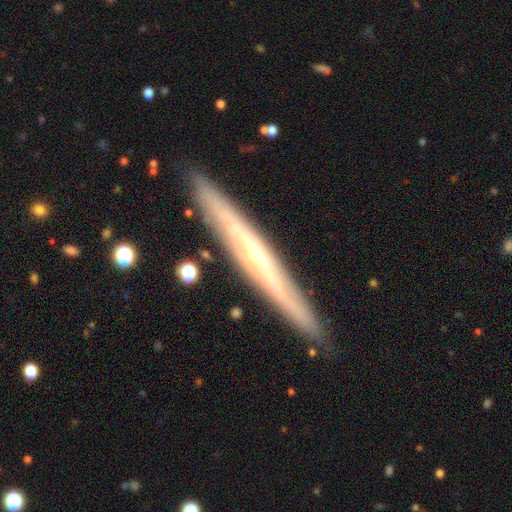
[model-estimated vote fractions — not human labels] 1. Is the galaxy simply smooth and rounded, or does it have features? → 74% featured or disk, 20% smooth, 6% star or artifact.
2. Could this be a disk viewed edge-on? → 91% yes, 9% no.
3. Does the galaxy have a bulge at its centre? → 51% rounded, 45% none, 4% boxy.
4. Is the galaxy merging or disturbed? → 89% none, 8% minor disturbance, 2% major disturbance, 1% merger.